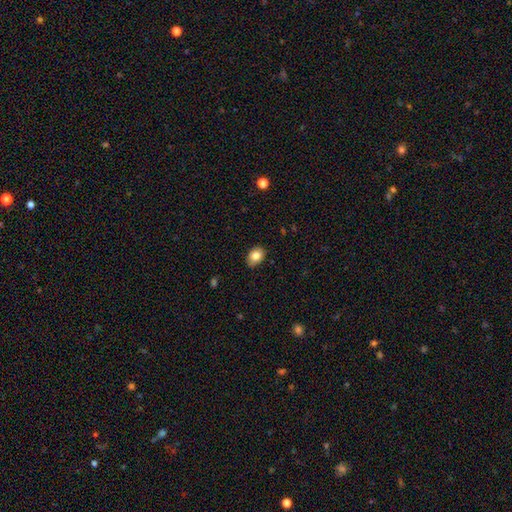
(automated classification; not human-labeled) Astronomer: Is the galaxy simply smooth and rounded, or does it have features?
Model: smooth — 84%.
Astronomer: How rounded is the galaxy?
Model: in between — 70%.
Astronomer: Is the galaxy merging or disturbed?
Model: none — 79%.